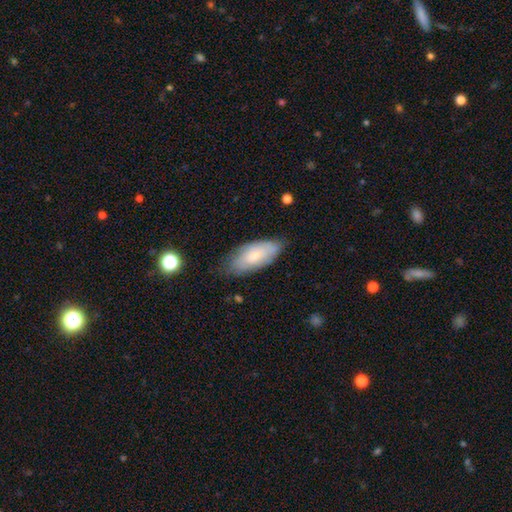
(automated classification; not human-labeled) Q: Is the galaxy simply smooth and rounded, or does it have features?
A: smooth — 66%.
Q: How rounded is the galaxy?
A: in between — 87%.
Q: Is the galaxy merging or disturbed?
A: none — 69%.